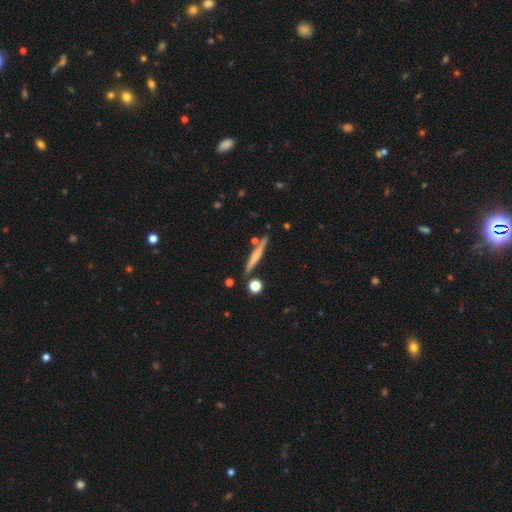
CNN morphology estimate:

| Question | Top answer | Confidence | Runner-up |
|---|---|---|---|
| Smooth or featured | featured or disk | 48% | smooth (46%) |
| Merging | none | 83% | minor disturbance (9%) |